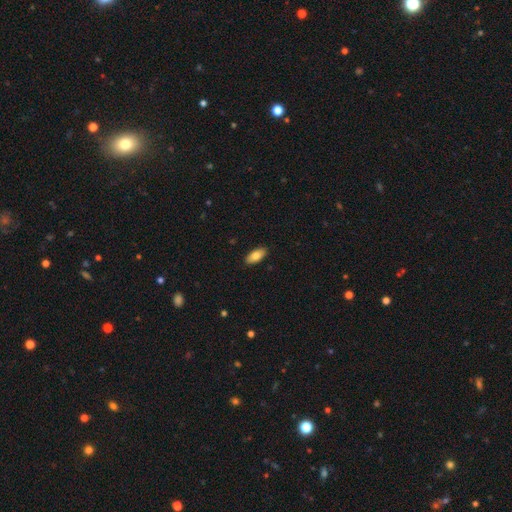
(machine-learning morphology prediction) Smooth or featured: smooth — 81% (featured or disk — 13%)
How rounded: in between — 90% (cigar-shaped — 8%)
Merging: none — 89% (minor disturbance — 8%)